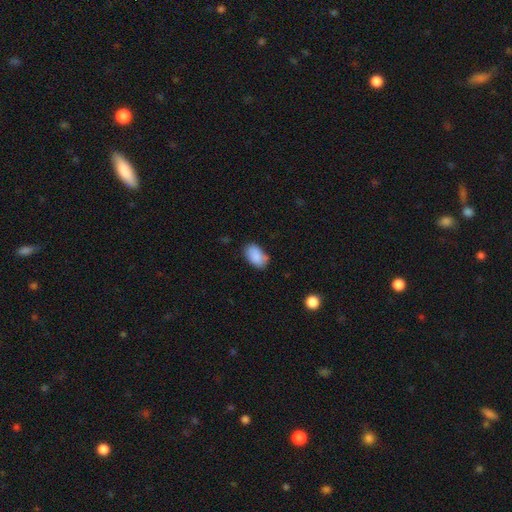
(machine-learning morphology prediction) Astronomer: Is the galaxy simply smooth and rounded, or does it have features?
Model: smooth — 87%.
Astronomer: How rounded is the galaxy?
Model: in between — 90%.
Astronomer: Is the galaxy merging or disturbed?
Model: none — 67%.